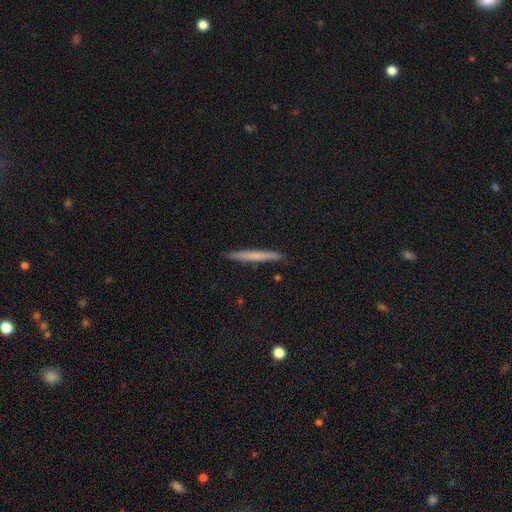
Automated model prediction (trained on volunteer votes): The model was most divided on "smooth or featured": smooth: 61%, featured or disk: 33%, star or artifact: 6%. More confident: how rounded — cigar-shaped (97%); merging — none (92%).